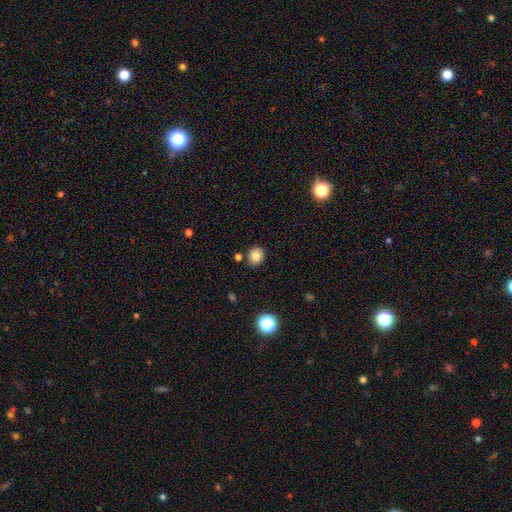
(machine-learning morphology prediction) Smooth or featured: smooth — 84% (star or artifact — 11%)
How rounded: round — 74% (in between — 25%)
Merging: none — 82% (minor disturbance — 10%)